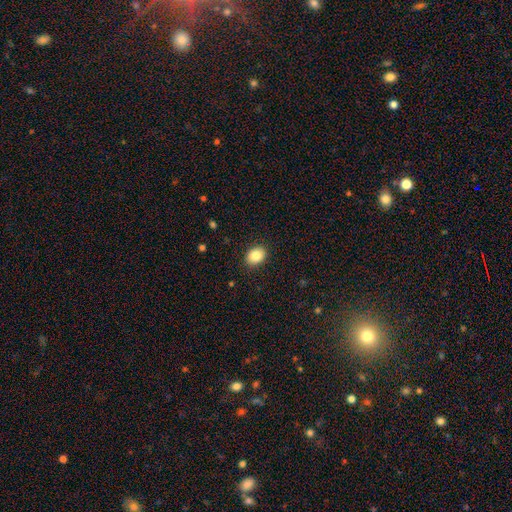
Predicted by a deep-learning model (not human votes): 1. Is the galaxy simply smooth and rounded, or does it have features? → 86% smooth, 8% star or artifact, 6% featured or disk.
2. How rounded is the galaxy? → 63% in between, 37% round, 1% cigar-shaped.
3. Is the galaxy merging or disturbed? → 89% none, 8% minor disturbance, 2% major disturbance, 1% merger.